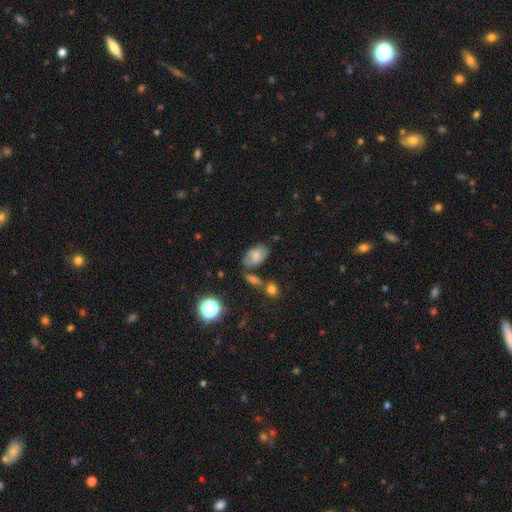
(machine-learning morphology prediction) Smooth or featured?
  - smooth: 63% *
  - featured or disk: 26%
  - star or artifact: 11%
How rounded?
  - in between: 90% *
  - round: 9%
  - cigar-shaped: 2%
Merging?
  - none: 56% *
  - minor disturbance: 25%
  - merger: 10%
  - major disturbance: 9%